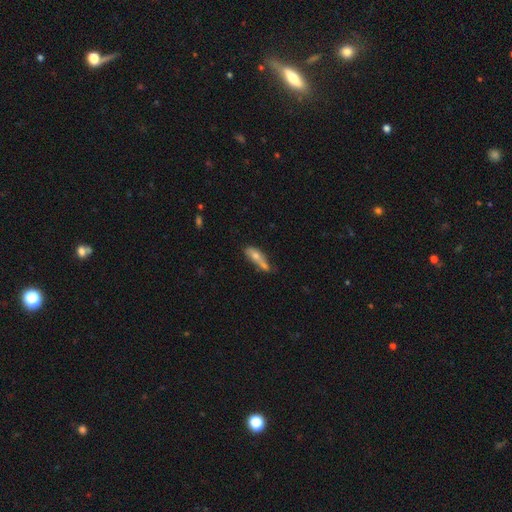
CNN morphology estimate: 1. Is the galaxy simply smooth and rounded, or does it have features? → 63% smooth, 29% featured or disk, 8% star or artifact.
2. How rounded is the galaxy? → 49% in between, 47% cigar-shaped, 4% round.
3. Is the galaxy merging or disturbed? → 36% none, 35% merger, 20% minor disturbance, 9% major disturbance.